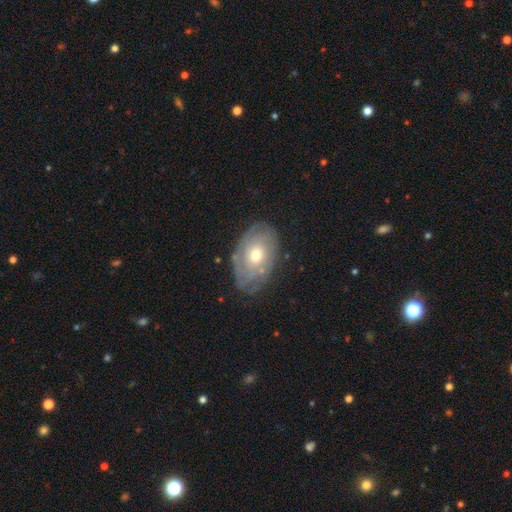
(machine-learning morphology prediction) smooth_or_featured: featured or disk (p=0.66) [alt: smooth p=0.27]
disk_edge_on: no (p=0.94) [alt: yes p=0.06]
bar: no (p=0.83) [alt: weak p=0.14]
has_spiral_arms: yes (p=0.75) [alt: no p=0.25]
bulge_size: moderate (p=0.65) [alt: small p=0.29]
merging: none (p=0.71) [alt: minor disturbance p=0.21]